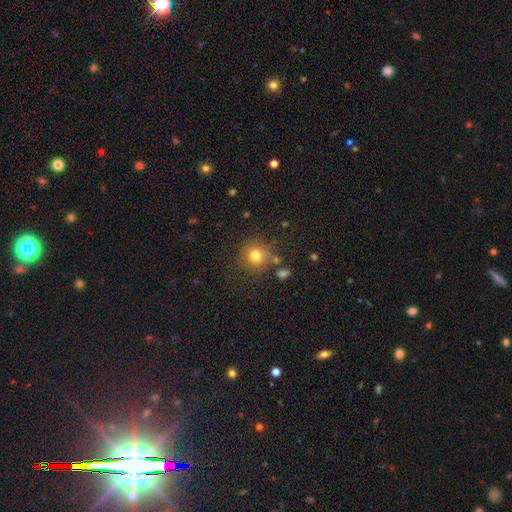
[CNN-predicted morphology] type=smooth (78%); roundness=round (91%); merging=none (79%).